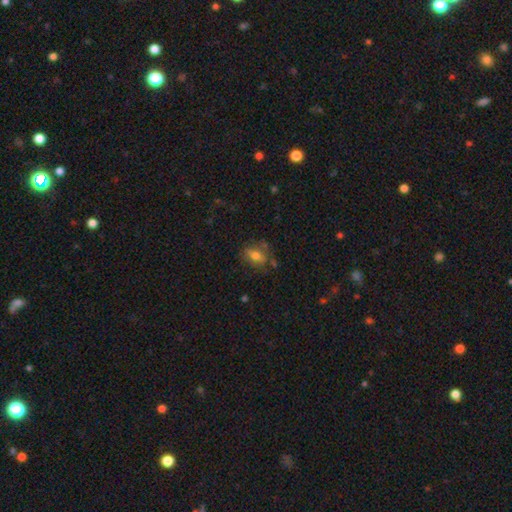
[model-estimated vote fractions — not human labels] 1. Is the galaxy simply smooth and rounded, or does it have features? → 69% smooth, 21% featured or disk, 10% star or artifact.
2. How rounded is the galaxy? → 75% in between, 21% round, 4% cigar-shaped.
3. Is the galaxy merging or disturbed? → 64% none, 21% minor disturbance, 8% major disturbance, 7% merger.